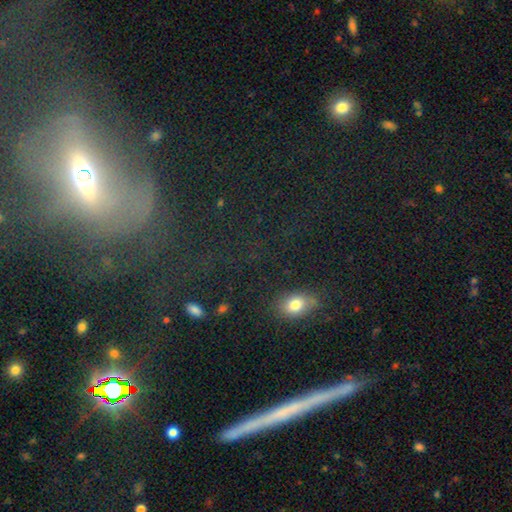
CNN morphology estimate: Smooth or featured? featured or disk (36%)
Merging? none (71%)